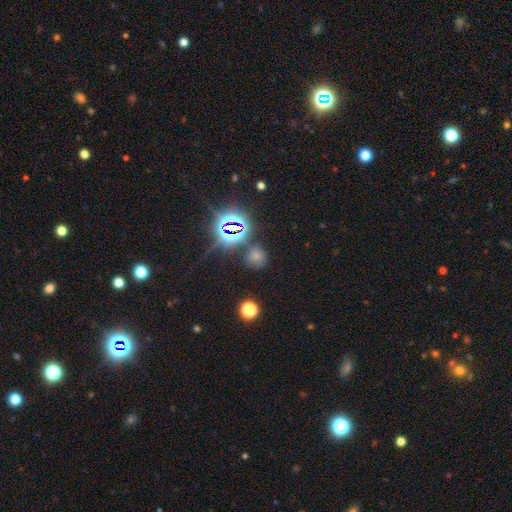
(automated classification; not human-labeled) A smooth galaxy with no disk features (53%) that is round (82%).

Vote fractions:
- Smooth or featured? smooth: 53% / star or artifact: 38% / featured or disk: 9%
- How rounded? round: 82% / in between: 17% / cigar-shaped: 2%
- Merging? none: 74% / minor disturbance: 14% / merger: 7% / major disturbance: 6%